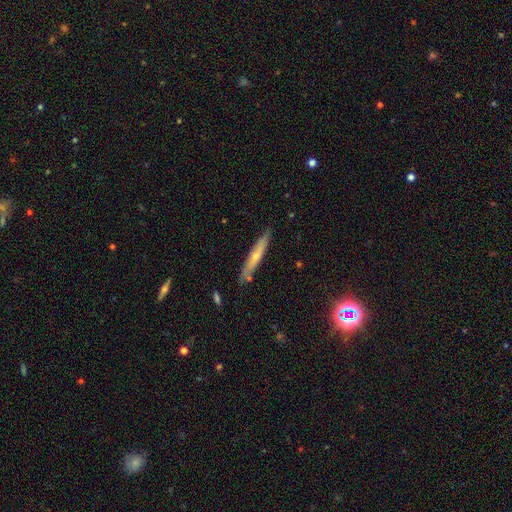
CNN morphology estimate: A featured or disk galaxy (49%). Merging: none (83%).